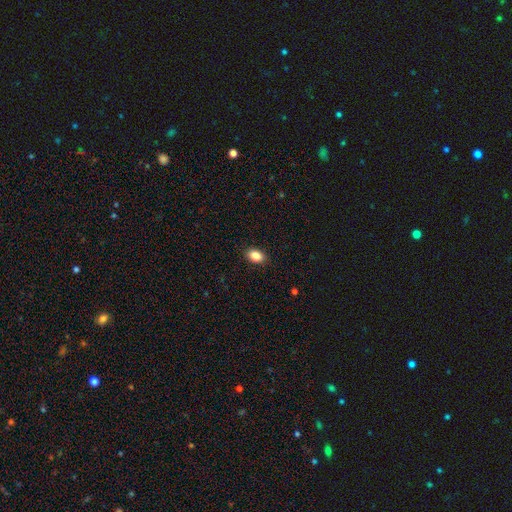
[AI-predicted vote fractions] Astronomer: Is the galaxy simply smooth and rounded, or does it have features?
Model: smooth — 87%.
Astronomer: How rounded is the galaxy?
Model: in between — 82%.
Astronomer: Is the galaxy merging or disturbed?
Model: none — 89%.